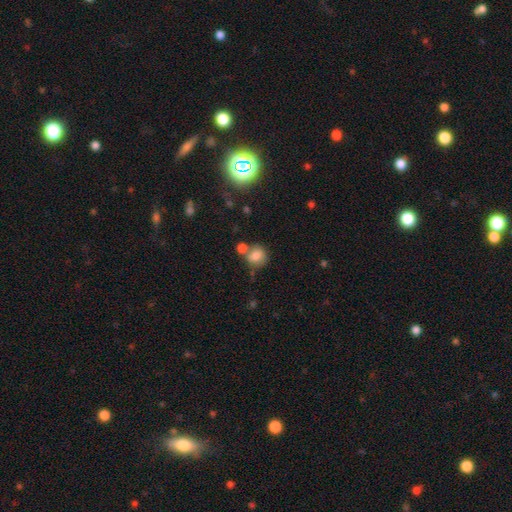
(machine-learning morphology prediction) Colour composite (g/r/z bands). It shows a smooth galaxy with no disk features (79%) that is round (79%). Merging: none (53%).